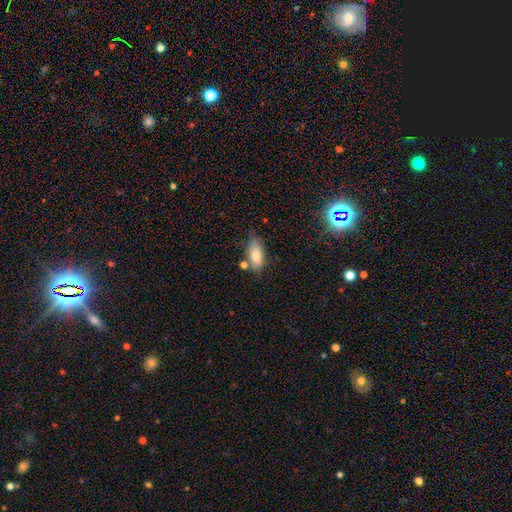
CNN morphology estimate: This is likely a smooth galaxy (80%). How rounded: clearly in between (87%). Merging: likely none (66%).